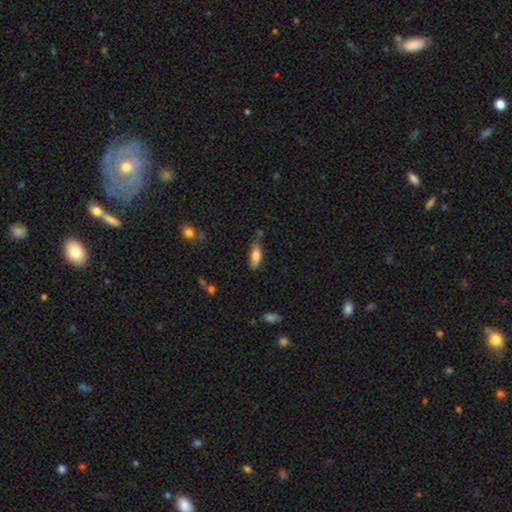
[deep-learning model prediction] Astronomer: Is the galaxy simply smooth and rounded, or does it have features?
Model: smooth — 77%.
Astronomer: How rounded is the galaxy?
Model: in between — 66%.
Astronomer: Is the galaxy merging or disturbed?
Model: none — 56%.